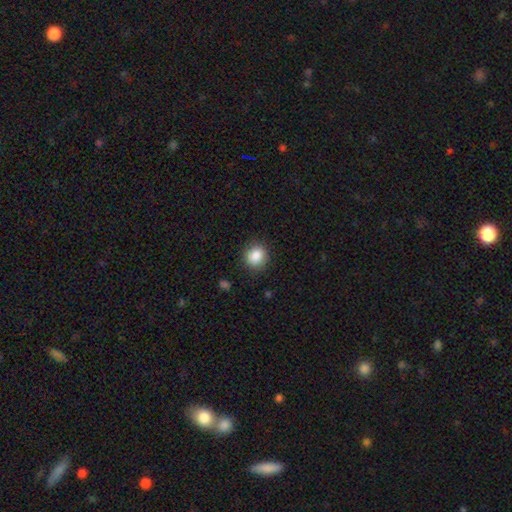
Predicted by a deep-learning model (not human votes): This appears to be a smooth galaxy with no disk features (87%) that is round (79%). Merging: none (87%).